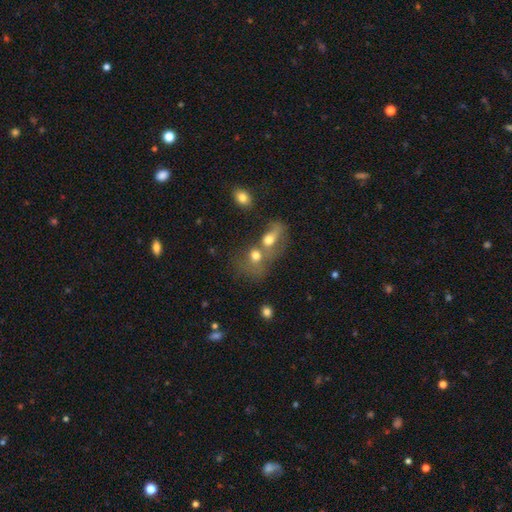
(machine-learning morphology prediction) Q: Smooth or featured?
A: smooth (66%); runner-up: featured or disk (21%)
Q: How rounded?
A: round (55%); runner-up: in between (43%)
Q: Merging?
A: merger (66%); runner-up: none (17%)